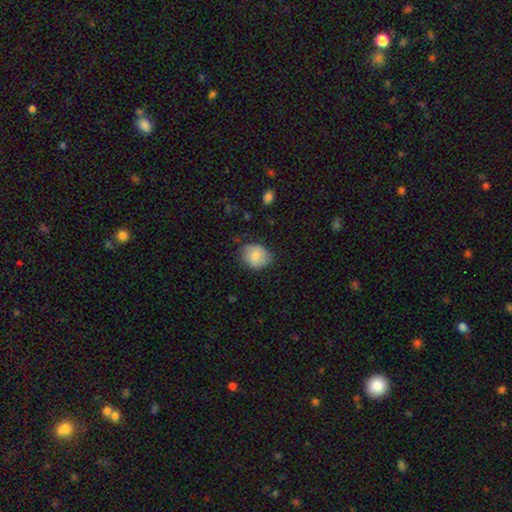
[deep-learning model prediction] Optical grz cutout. It shows a smooth galaxy with no disk features (76%) that is round (60%). Merging: none (70%).